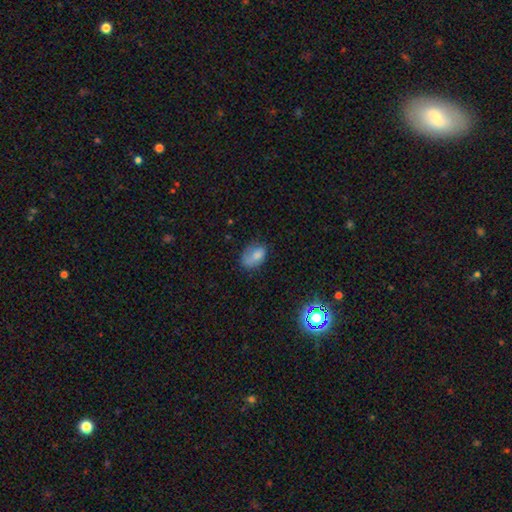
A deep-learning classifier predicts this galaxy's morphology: smooth_or_featured: smooth (p=0.78) [alt: featured or disk p=0.12]
how_rounded: in between (p=0.86) [alt: round p=0.12]
merging: none (p=0.53) [alt: minor disturbance p=0.31]